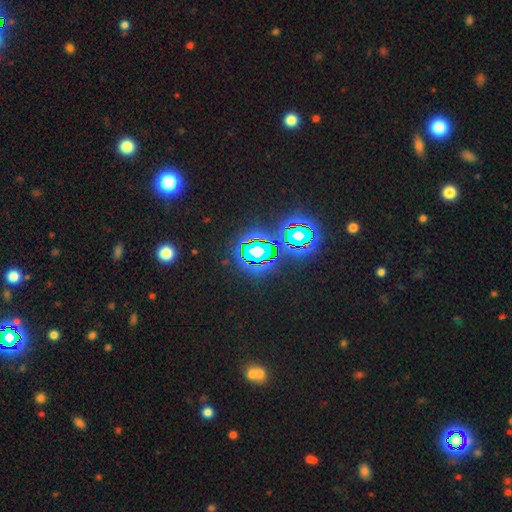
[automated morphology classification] star or artifact 80%, smooth 12%, featured or disk 8%.